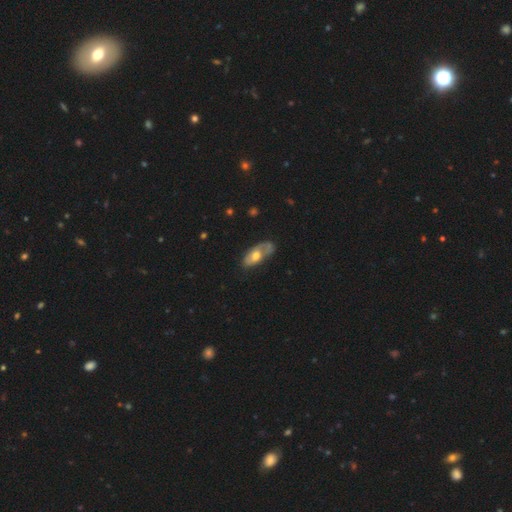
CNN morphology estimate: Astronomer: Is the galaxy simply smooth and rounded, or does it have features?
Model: featured or disk — 52% (runner-up: smooth, 42%).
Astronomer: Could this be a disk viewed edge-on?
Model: no — 83%.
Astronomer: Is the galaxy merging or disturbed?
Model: none — 52% (runner-up: minor disturbance, 30%).